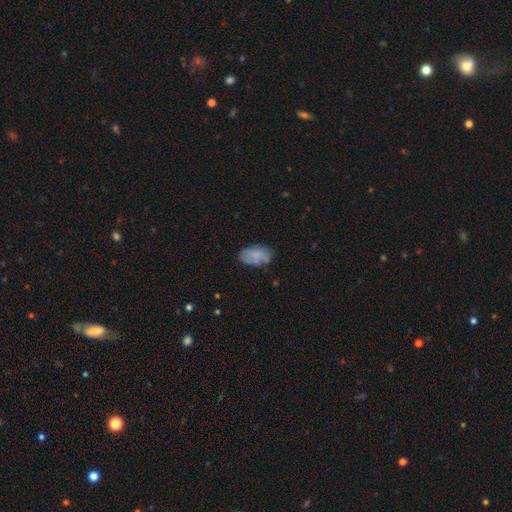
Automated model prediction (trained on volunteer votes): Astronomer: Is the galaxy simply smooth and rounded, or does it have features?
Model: smooth — 67%.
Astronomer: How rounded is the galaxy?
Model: in between — 94%.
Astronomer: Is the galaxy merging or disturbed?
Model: none — 66%.